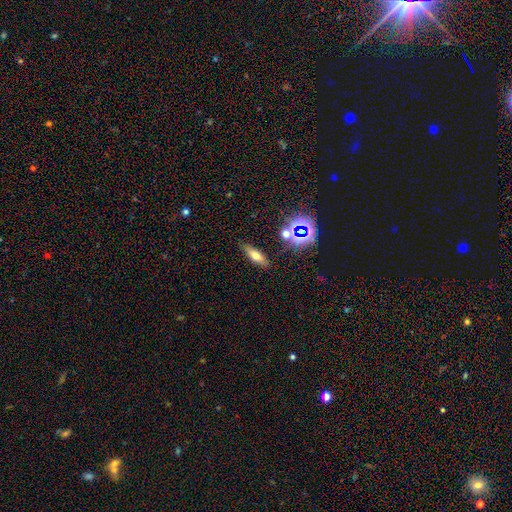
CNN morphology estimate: Smooth or featured?
  - smooth: 57% *
  - featured or disk: 24%
  - star or artifact: 19%
How rounded?
  - in between: 52% *
  - cigar-shaped: 42%
  - round: 6%
Merging?
  - none: 82% *
  - minor disturbance: 11%
  - major disturbance: 4%
  - merger: 4%